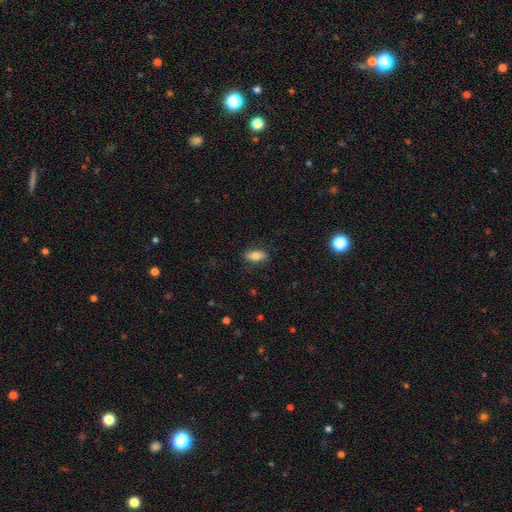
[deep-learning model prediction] Q: Smooth or featured?
A: smooth (79%); runner-up: featured or disk (13%)
Q: How rounded?
A: in between (82%); runner-up: cigar-shaped (15%)
Q: Merging?
A: none (83%); runner-up: minor disturbance (12%)